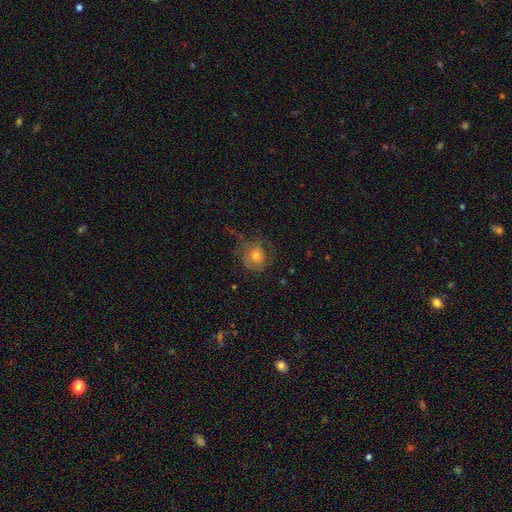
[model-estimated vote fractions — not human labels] A featured or disk galaxy (49%).

Vote fractions:
- Smooth or featured? featured or disk: 49% / smooth: 38% / star or artifact: 13%
- Merging? none: 60% / minor disturbance: 21% / major disturbance: 17% / merger: 2%